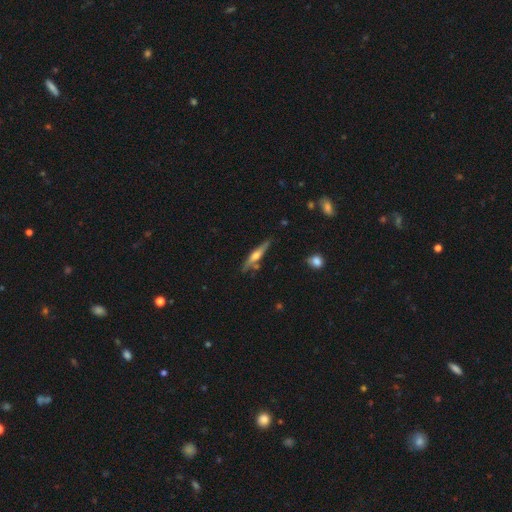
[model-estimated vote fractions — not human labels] Smooth or featured? featured or disk (59%)
Edge-on disk? yes (94%)
Edge-on bulge? rounded (83%)
Merging? none (76%)